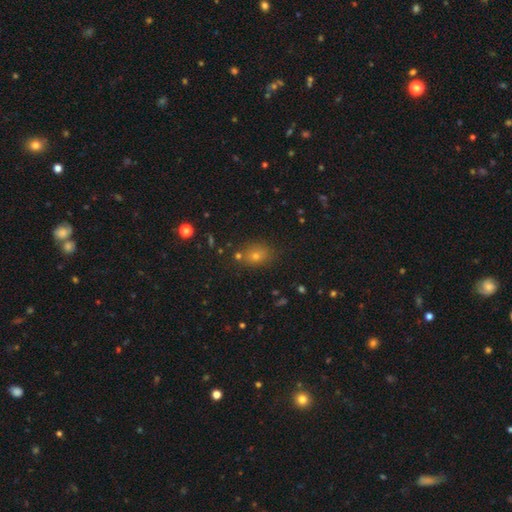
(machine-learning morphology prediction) A smooth galaxy with no disk features (65%) that is round (52%).

Vote fractions:
- Smooth or featured? smooth: 65% / star or artifact: 25% / featured or disk: 10%
- How rounded? round: 52% / in between: 46% / cigar-shaped: 2%
- Merging? none: 79% / minor disturbance: 11% / merger: 7% / major disturbance: 3%